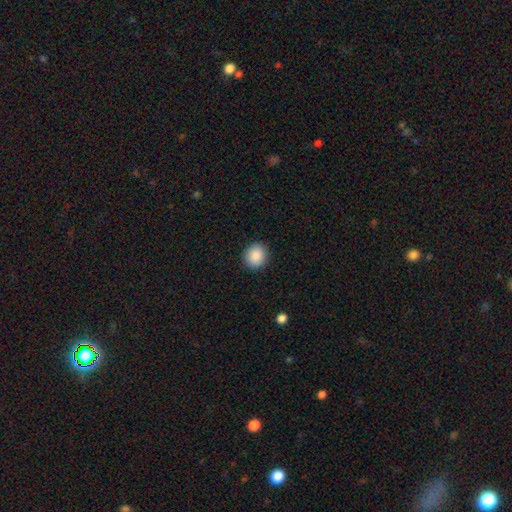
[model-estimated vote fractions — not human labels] Overall: smooth (89%). How rounded: round (80%). Merging: none (90%).